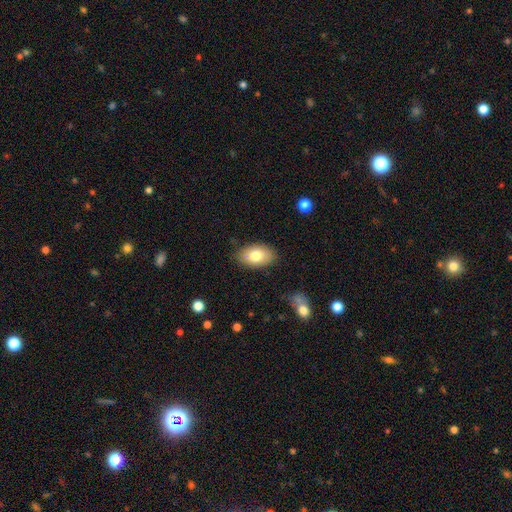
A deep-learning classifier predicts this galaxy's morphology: A smooth galaxy with no disk features (78%) that is in between round and cigar-shaped (91%). Merging: none (84%).